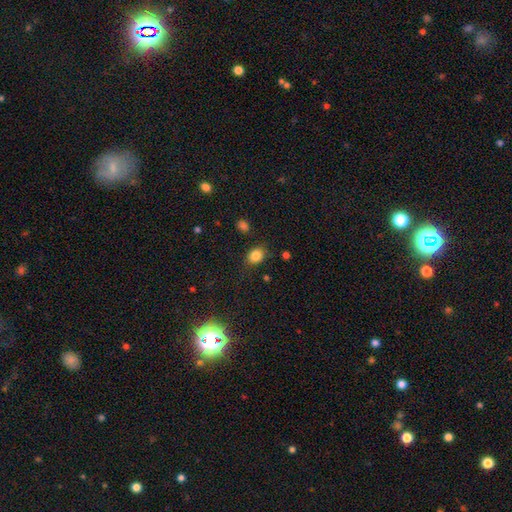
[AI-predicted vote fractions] smooth-or-featured: smooth: 83% | star or artifact: 11% | featured or disk: 6%
  how-rounded: in between: 53% | round: 46% | cigar-shaped: 1%
  merging: none: 77% | minor disturbance: 16% | major disturbance: 4% | merger: 2%